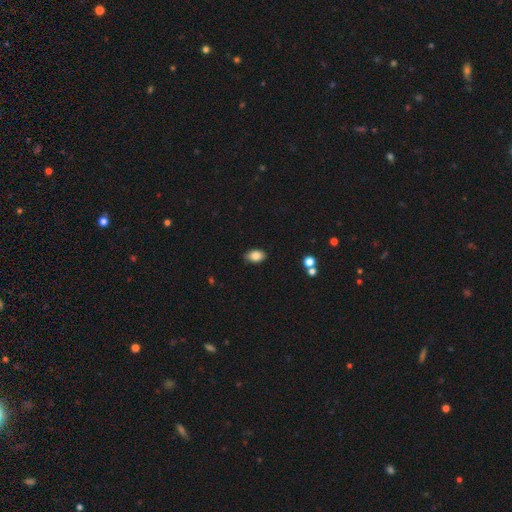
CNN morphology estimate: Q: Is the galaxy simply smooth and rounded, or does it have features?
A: smooth — 85%.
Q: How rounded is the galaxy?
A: in between — 88%.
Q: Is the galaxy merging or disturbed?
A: none — 85%.